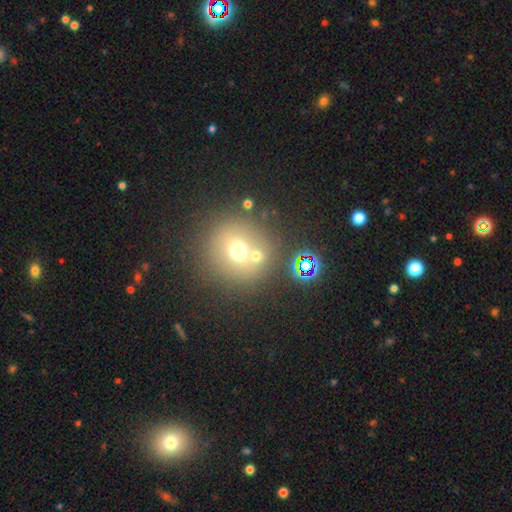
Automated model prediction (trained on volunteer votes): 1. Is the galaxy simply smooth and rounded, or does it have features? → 60% smooth, 25% star or artifact, 15% featured or disk.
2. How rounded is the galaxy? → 89% round, 10% in between, 1% cigar-shaped.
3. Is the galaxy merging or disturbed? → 59% none, 28% merger, 8% minor disturbance, 5% major disturbance.